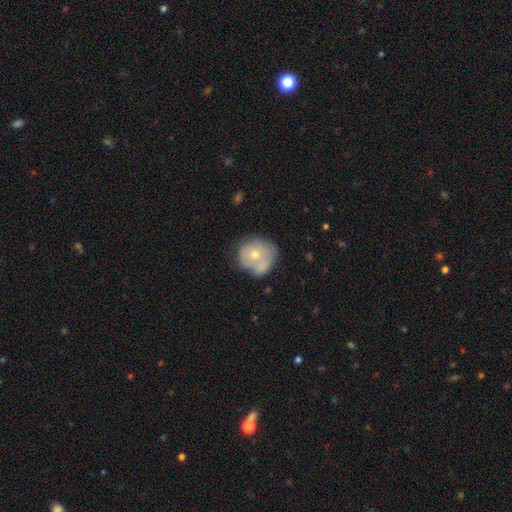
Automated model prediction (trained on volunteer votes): Smooth or featured?
  - smooth: 59% *
  - featured or disk: 34%
  - star or artifact: 7%
How rounded?
  - round: 84% *
  - in between: 15%
  - cigar-shaped: 1%
Merging?
  - none: 48% *
  - minor disturbance: 26%
  - merger: 16%
  - major disturbance: 10%